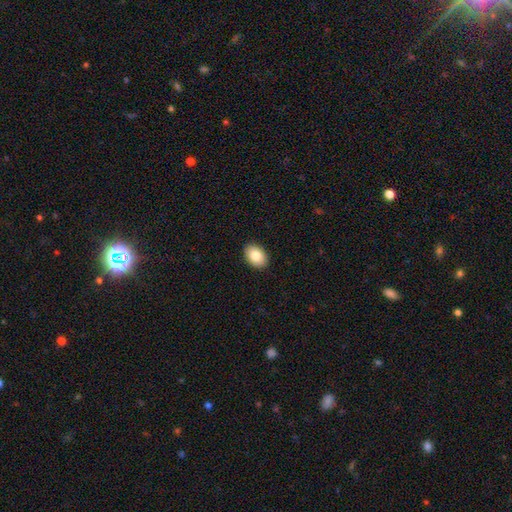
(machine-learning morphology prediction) Q: Smooth or featured?
A: smooth (84%); runner-up: featured or disk (9%)
Q: How rounded?
A: in between (84%); runner-up: round (15%)
Q: Merging?
A: none (91%); runner-up: minor disturbance (7%)